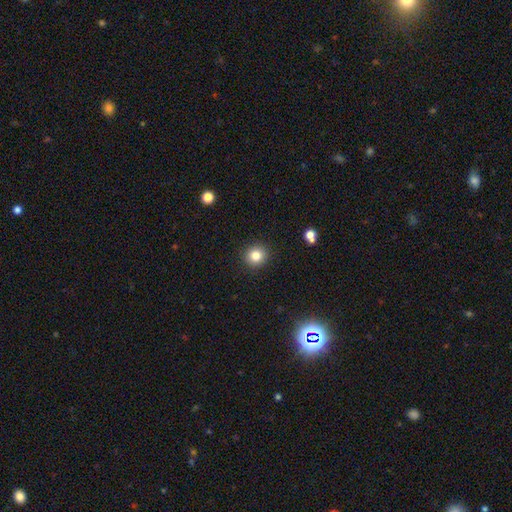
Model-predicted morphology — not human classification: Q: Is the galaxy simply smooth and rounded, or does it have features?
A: smooth — 82%.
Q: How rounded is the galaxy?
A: round — 91%.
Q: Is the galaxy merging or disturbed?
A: none — 92%.